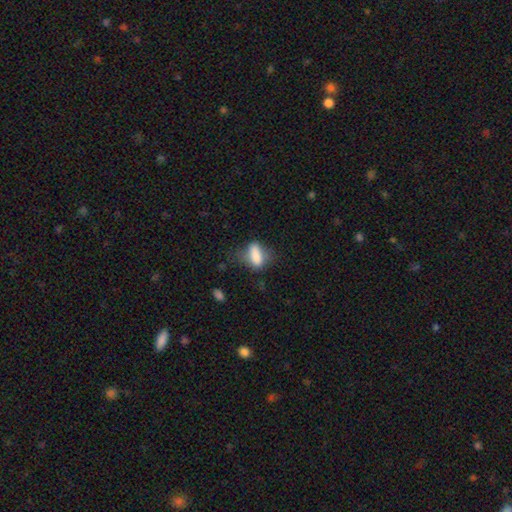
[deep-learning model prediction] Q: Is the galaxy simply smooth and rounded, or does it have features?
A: smooth — 76%.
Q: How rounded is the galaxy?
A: in between — 72%.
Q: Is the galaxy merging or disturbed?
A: none — 45%.